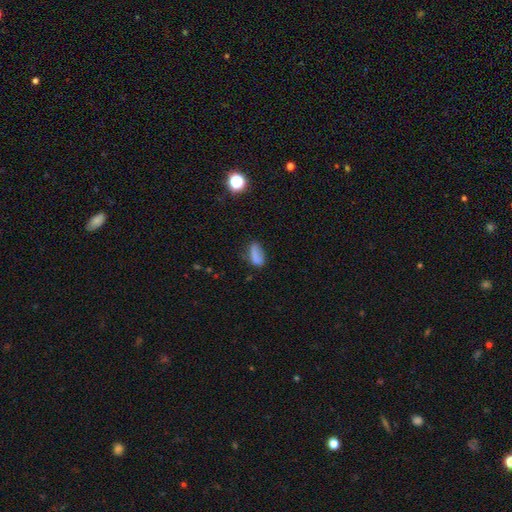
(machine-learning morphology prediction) The model was most divided on "merging": none: 53%, minor disturbance: 28%, major disturbance: 13%, merger: 5%. More confident: how rounded — in between (80%); smooth or featured — smooth (75%).